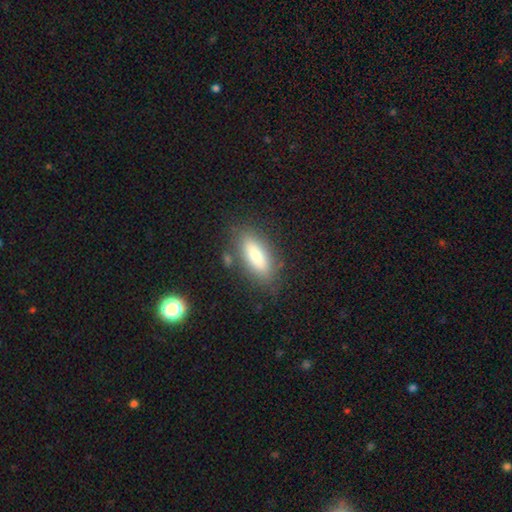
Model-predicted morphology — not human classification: type=smooth (77%); roundness=in between (68%); merging=none (82%).